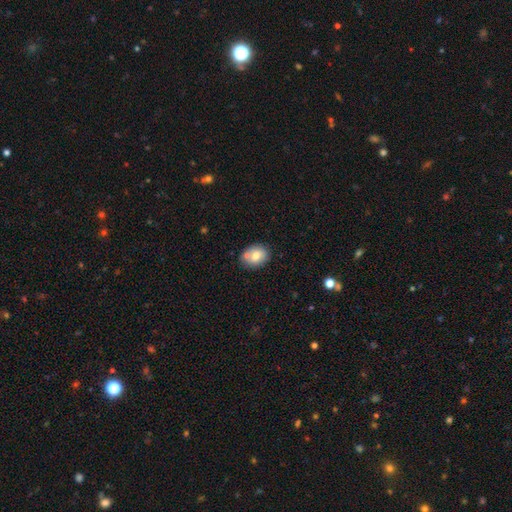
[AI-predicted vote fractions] A smooth galaxy with no disk features (70%) that is in between round and cigar-shaped (59%).

Vote fractions:
- Smooth or featured? smooth: 70% / featured or disk: 22% / star or artifact: 8%
- How rounded? in between: 59% / round: 40% / cigar-shaped: 1%
- Merging? none: 63% / merger: 19% / minor disturbance: 15% / major disturbance: 3%